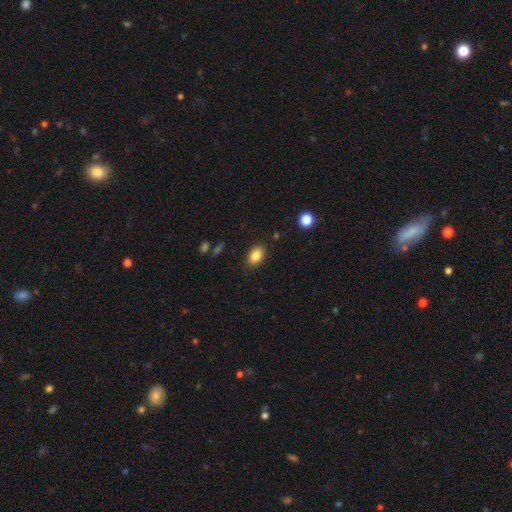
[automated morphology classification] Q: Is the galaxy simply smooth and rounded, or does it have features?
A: smooth — 85%.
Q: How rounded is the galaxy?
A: in between — 82%.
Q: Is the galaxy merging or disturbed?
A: none — 86%.